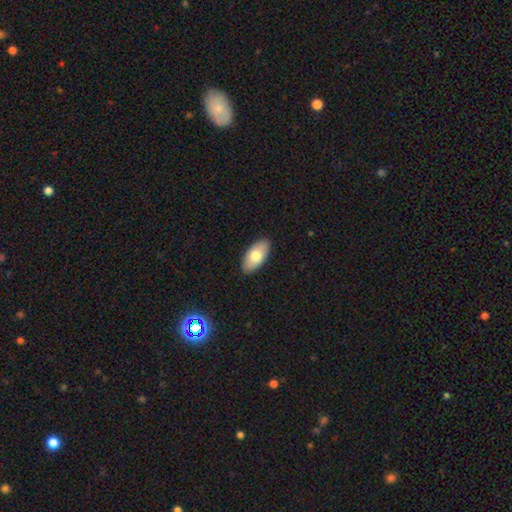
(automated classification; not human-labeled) A smooth galaxy with no disk features (72%) that is in between round and cigar-shaped (94%). Merging: none (89%).